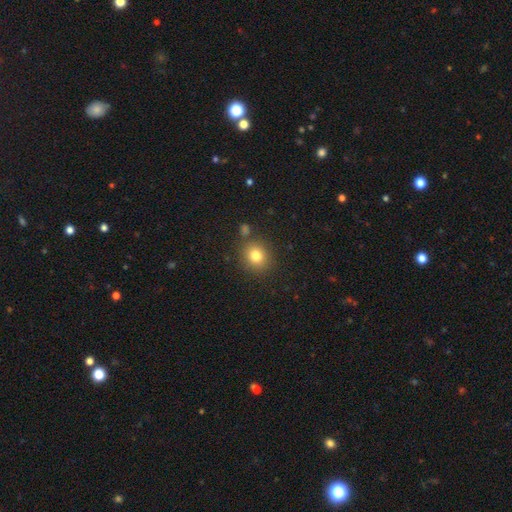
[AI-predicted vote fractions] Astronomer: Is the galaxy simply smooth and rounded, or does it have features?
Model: smooth — 80%.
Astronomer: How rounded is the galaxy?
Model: round — 79%.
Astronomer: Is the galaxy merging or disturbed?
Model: none — 82%.